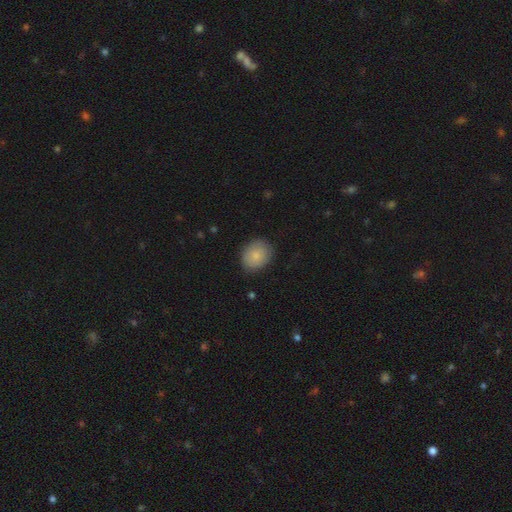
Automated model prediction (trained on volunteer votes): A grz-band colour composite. It shows a smooth galaxy with no disk features (83%) that is round (55%). Merging: none (81%).